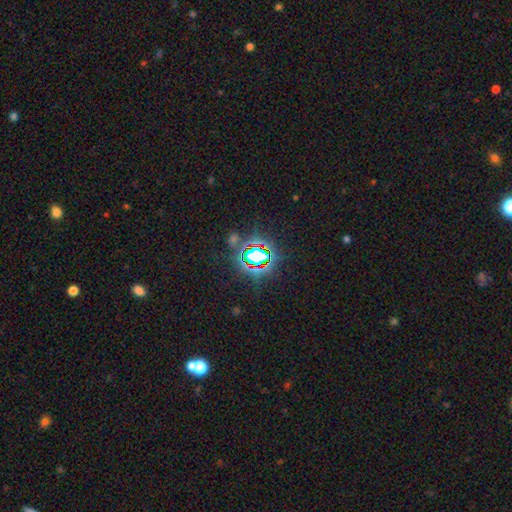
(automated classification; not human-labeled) Smooth or featured? Predicted: star or artifact (p=0.74).